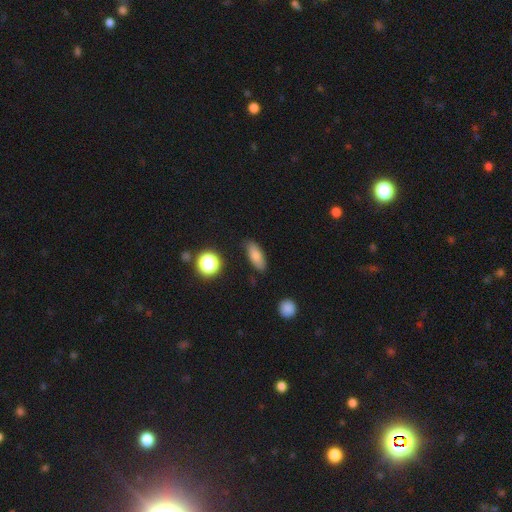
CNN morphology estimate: This appears to be a smooth galaxy with no disk features (80%) that is in between round and cigar-shaped (75%). Merging: none (83%).